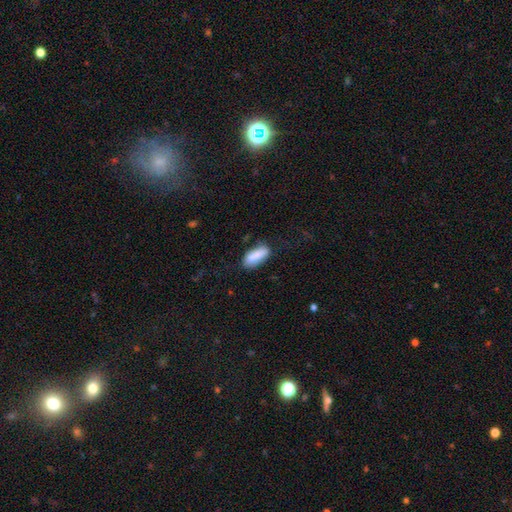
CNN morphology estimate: type=smooth (84%); roundness=in between (80%); merging=none (66%).